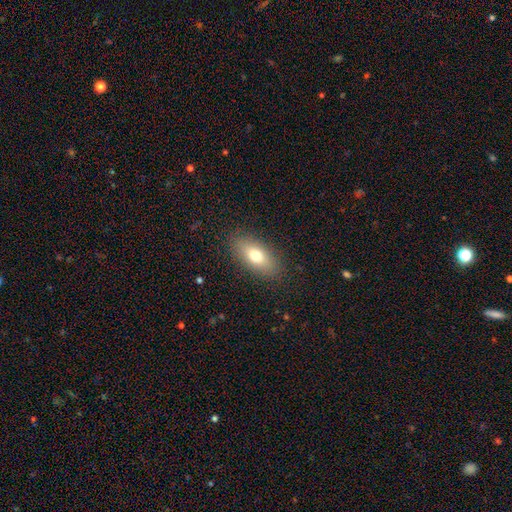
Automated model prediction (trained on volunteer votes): The model was most divided on "smooth or featured": smooth: 73%, featured or disk: 19%, star or artifact: 9%. More confident: merging — none (88%); how rounded — in between (82%).